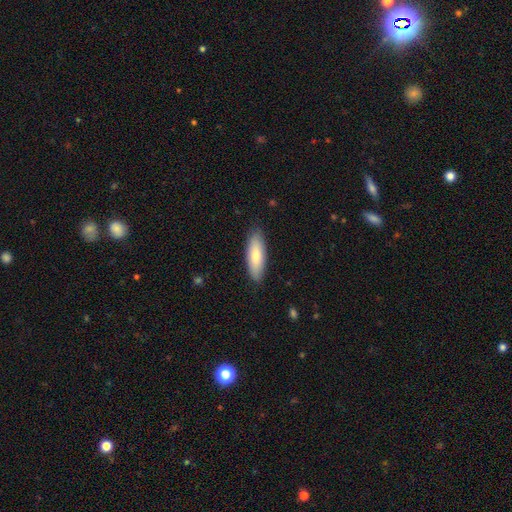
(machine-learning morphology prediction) type=smooth (79%); roundness=in between (57%); merging=none (87%).